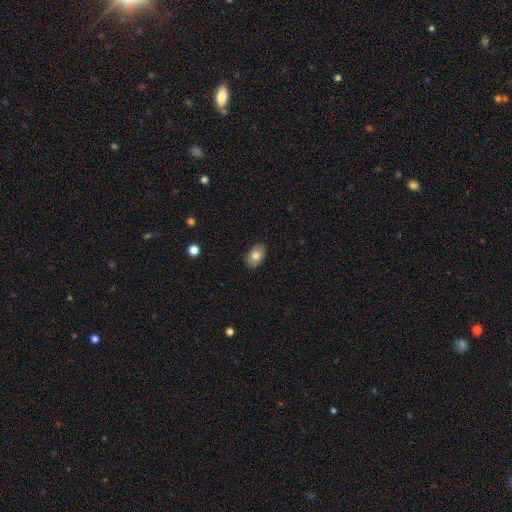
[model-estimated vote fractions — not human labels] Smooth or featured? smooth (77%)
How rounded? in between (90%)
Merging? none (88%)